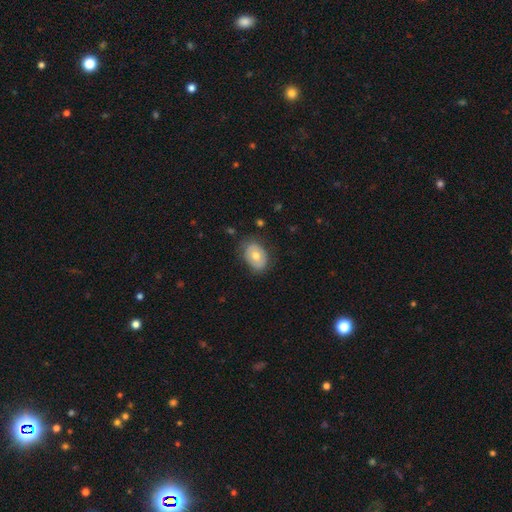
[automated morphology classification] Overall: smooth (65%; featured or disk 28%). How rounded: in between (79%). Merging: none (74%).